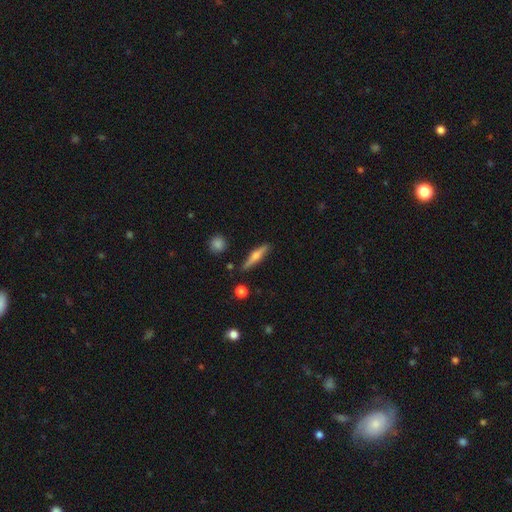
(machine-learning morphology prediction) Smooth or featured: featured or disk — 48% (smooth — 45%)
Merging: none — 86% (minor disturbance — 9%)